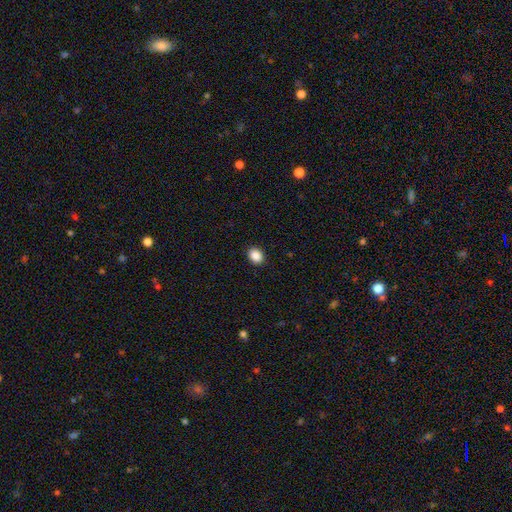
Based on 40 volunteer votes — Overall: smooth (95%). How rounded: round (66%; in between 34%). Merging: none (100%).